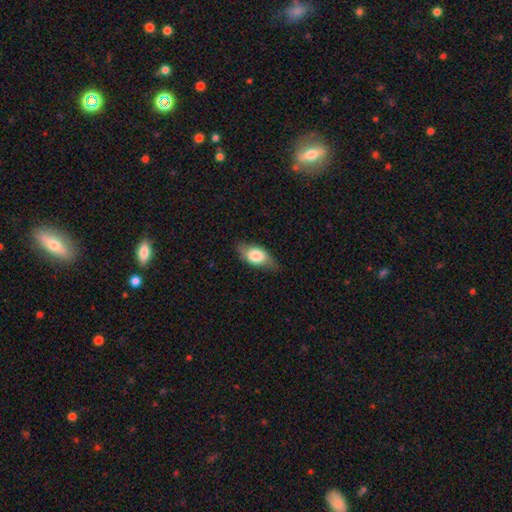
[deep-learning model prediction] A smooth galaxy with no disk features (73%) that is in between round and cigar-shaped (86%).

Vote fractions:
- Smooth or featured? smooth: 73% / featured or disk: 20% / star or artifact: 7%
- How rounded? in between: 86% / round: 8% / cigar-shaped: 6%
- Merging? none: 75% / minor disturbance: 19% / major disturbance: 5% / merger: 1%